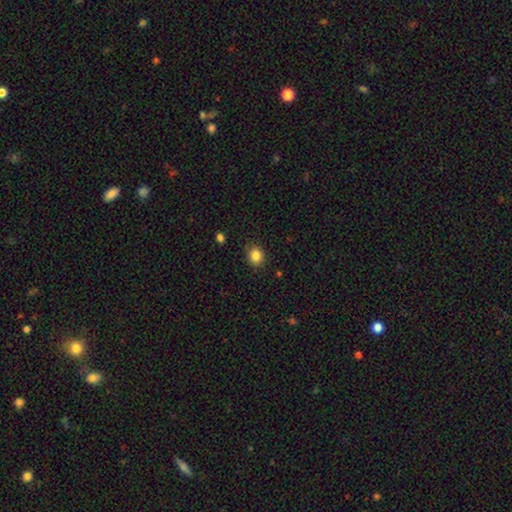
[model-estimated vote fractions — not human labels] smooth-or-featured: smooth: 85% | star or artifact: 10% | featured or disk: 5%
  how-rounded: round: 70% | in between: 29% | cigar-shaped: 1%
  merging: none: 88% | minor disturbance: 8% | major disturbance: 2% | merger: 1%